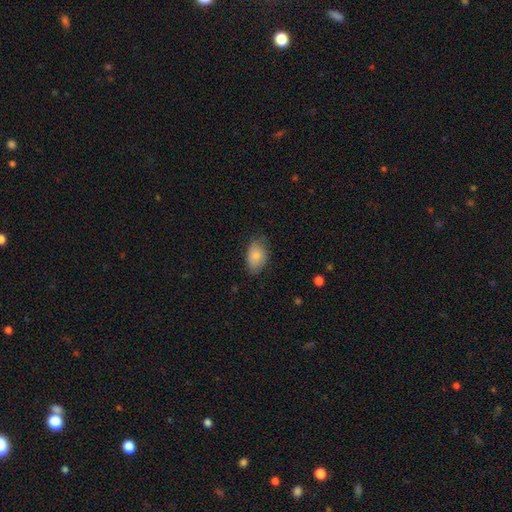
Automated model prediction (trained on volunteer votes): smooth 85%, featured or disk 8%, star or artifact 7%. Down the decision tree: how rounded — in between (90%); merging — none (73%).